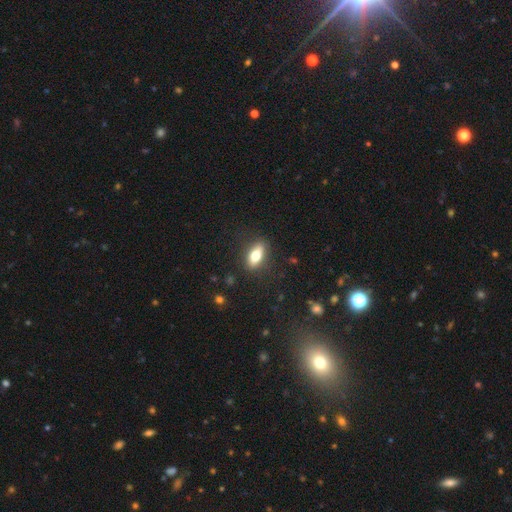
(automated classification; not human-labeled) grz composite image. It shows a smooth galaxy with no disk features (72%) that is in between round and cigar-shaped (78%). Merging: none (85%).